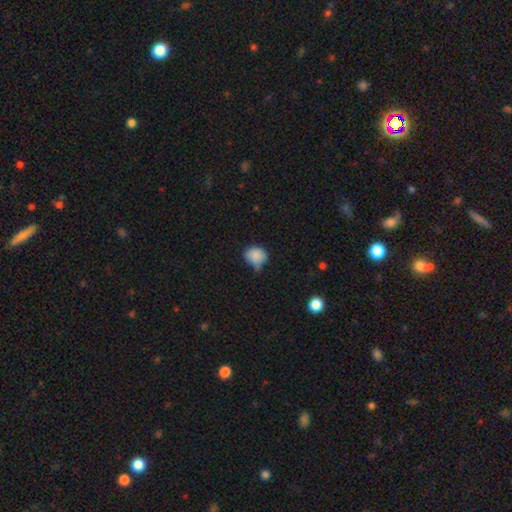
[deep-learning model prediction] The model was most divided on "merging": none: 45%, minor disturbance: 38%, major disturbance: 10%, merger: 8%. More confident: smooth or featured — smooth (85%); how rounded — round (70%).